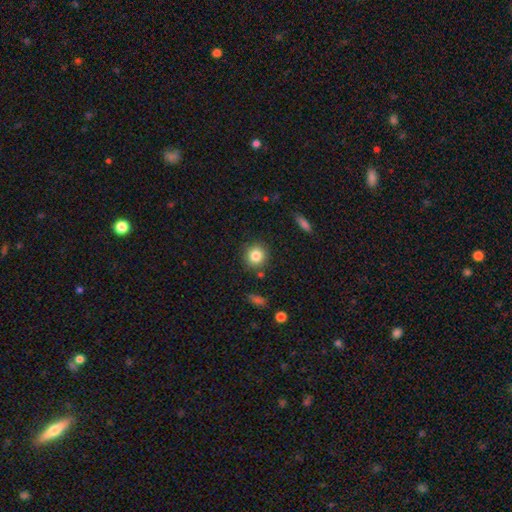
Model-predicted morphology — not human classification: type=smooth (83%); roundness=round (91%); merging=none (88%).